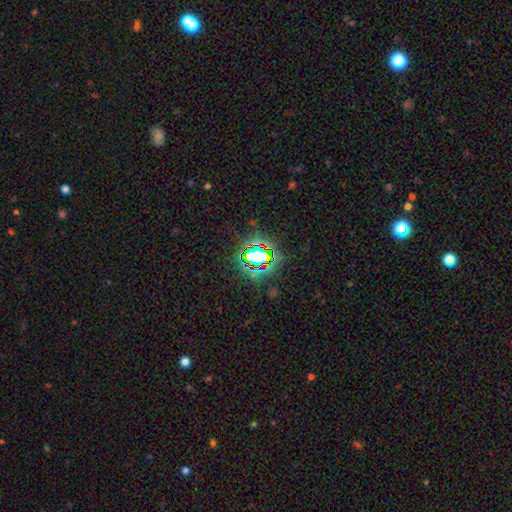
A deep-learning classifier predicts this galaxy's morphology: Smooth or featured?
  - star or artifact: 72% *
  - smooth: 17%
  - featured or disk: 11%